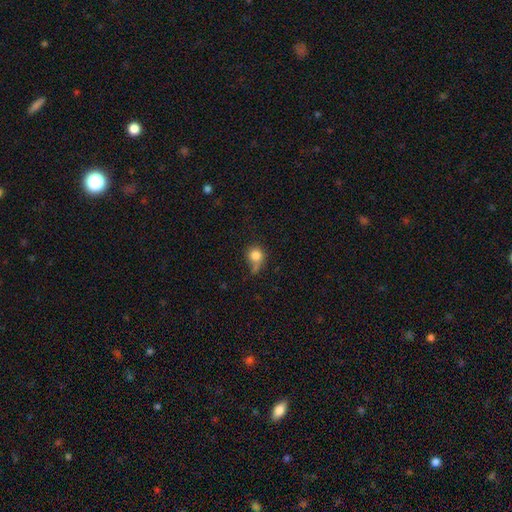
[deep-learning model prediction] Smooth or featured?
  - smooth: 82% *
  - star or artifact: 10%
  - featured or disk: 8%
How rounded?
  - round: 82% *
  - in between: 17%
  - cigar-shaped: 1%
Merging?
  - none: 45% *
  - minor disturbance: 26%
  - major disturbance: 15%
  - merger: 14%